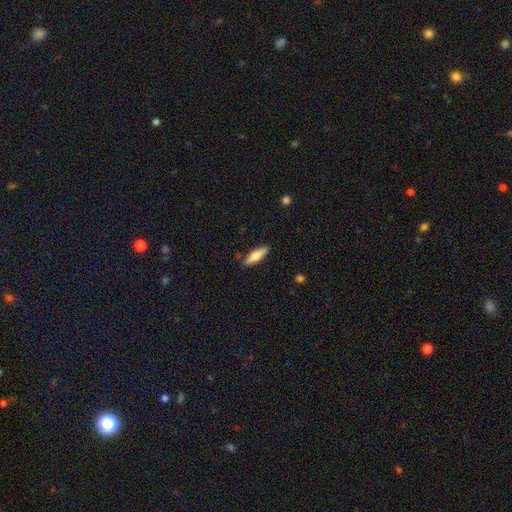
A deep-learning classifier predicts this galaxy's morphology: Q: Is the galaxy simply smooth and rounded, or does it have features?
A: smooth — 70%.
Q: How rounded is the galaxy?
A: cigar-shaped — 53%.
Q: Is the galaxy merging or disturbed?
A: none — 86%.